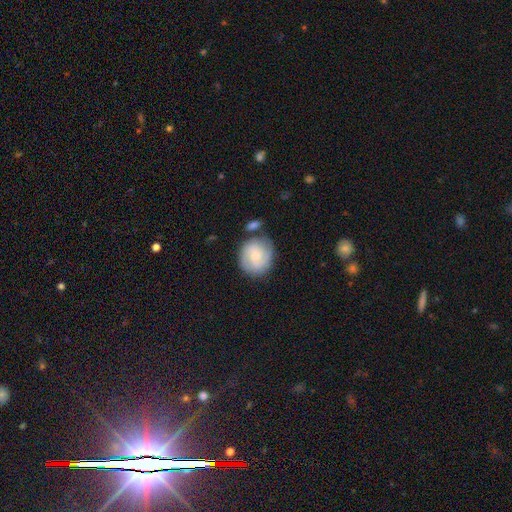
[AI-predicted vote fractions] Smooth or featured? Predicted: featured or disk (p=0.55). Edge-on disk? Predicted: no (p=0.97). Bar? Predicted: no (p=0.61). Spiral arms? Predicted: yes (p=0.91). Bulge size? Predicted: small (p=0.57). Merging? Predicted: none (p=0.68).